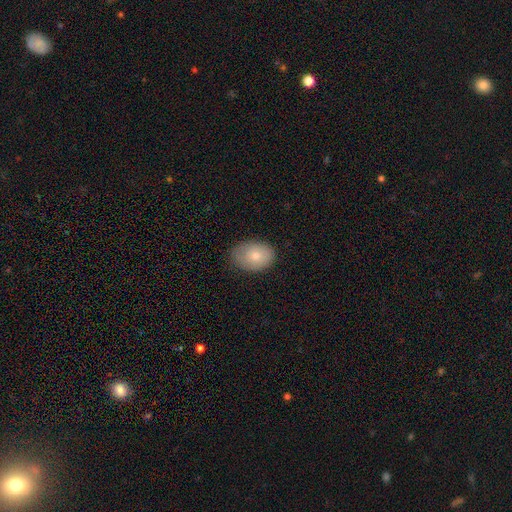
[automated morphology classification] smooth_or_featured: smooth (p=0.77) [alt: featured or disk p=0.16]
how_rounded: in between (p=0.78) [alt: round p=0.21]
merging: none (p=0.76) [alt: minor disturbance p=0.19]